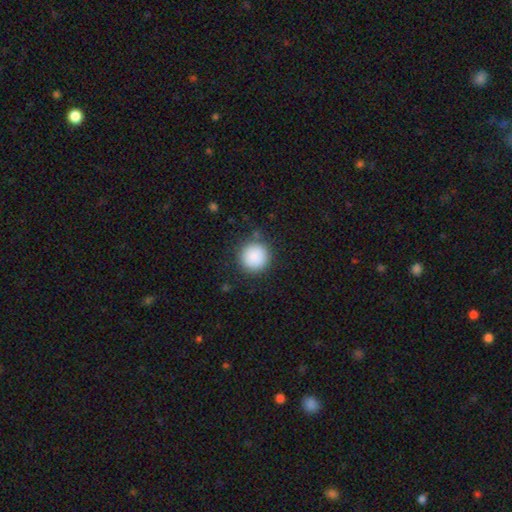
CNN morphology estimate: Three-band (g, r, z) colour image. It shows a smooth galaxy with no disk features (88%) that is round (93%). Merging: none (86%).